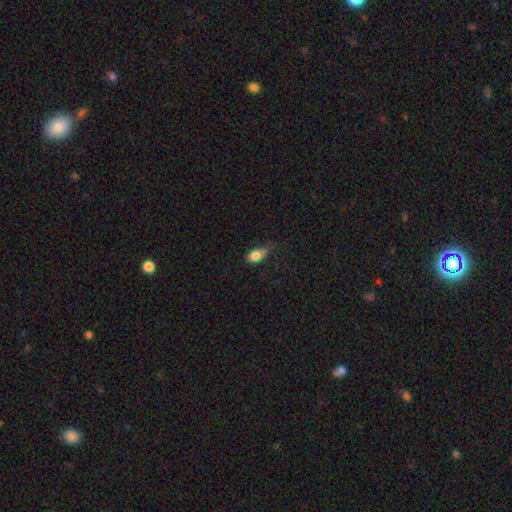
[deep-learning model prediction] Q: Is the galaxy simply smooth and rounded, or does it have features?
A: smooth — 82%.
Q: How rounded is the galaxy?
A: in between — 76%.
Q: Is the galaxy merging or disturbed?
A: minor disturbance — 42%.